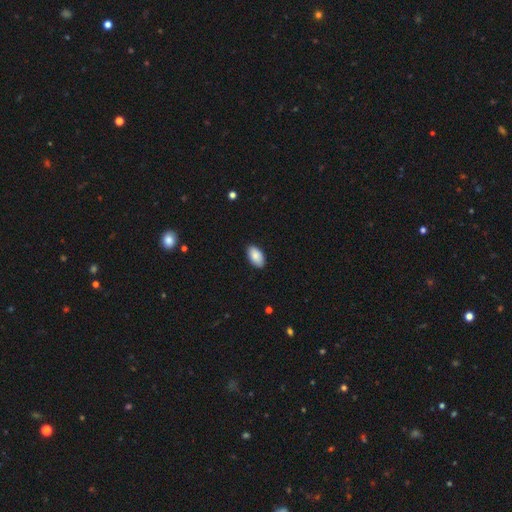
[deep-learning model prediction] smooth-or-featured: smooth: 86% | featured or disk: 7% | star or artifact: 6%
  how-rounded: in between: 95% | round: 3% | cigar-shaped: 2%
  merging: none: 87% | minor disturbance: 10% | major disturbance: 2% | merger: 1%